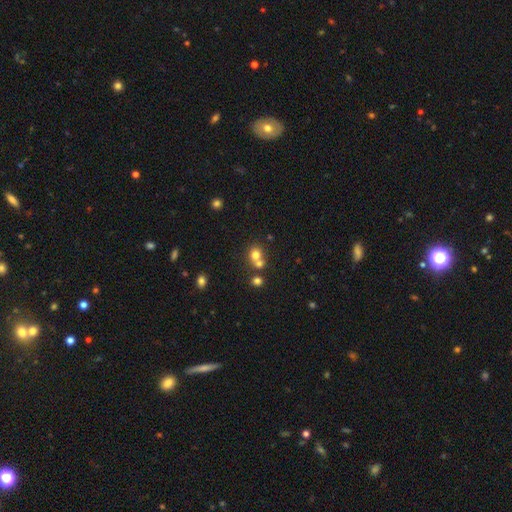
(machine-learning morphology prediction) Smooth or featured?
  - smooth: 73% *
  - star or artifact: 15%
  - featured or disk: 12%
How rounded?
  - round: 77% *
  - in between: 22%
  - cigar-shaped: 1%
Merging?
  - merger: 47% *
  - none: 43%
  - minor disturbance: 7%
  - major disturbance: 3%